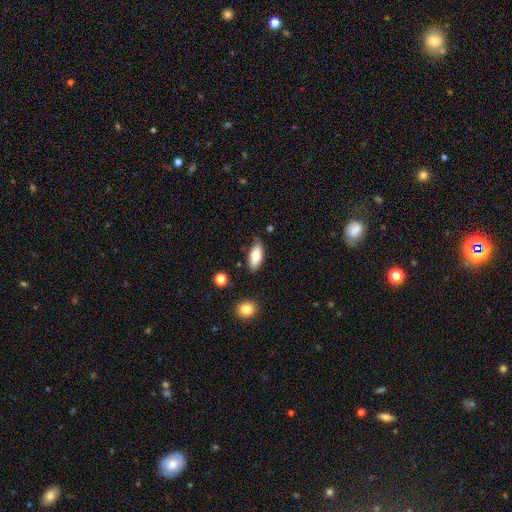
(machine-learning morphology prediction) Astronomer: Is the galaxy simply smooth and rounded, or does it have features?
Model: smooth — 80%.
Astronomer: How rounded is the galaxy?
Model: in between — 84%.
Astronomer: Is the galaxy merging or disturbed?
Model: none — 77%.